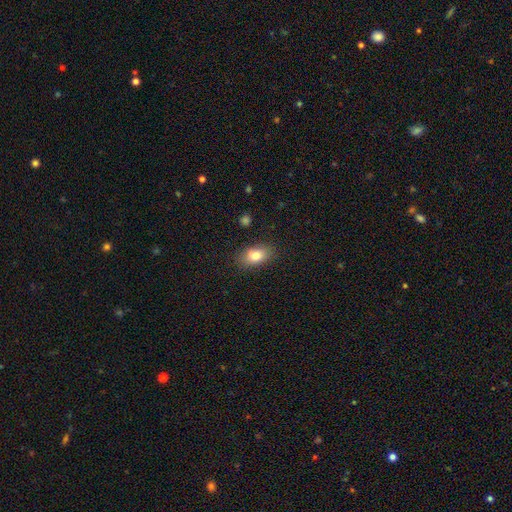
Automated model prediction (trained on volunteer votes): Smooth or featured? Predicted: smooth (p=0.79). How rounded? Predicted: in between (p=0.85). Merging? Predicted: none (p=0.83).